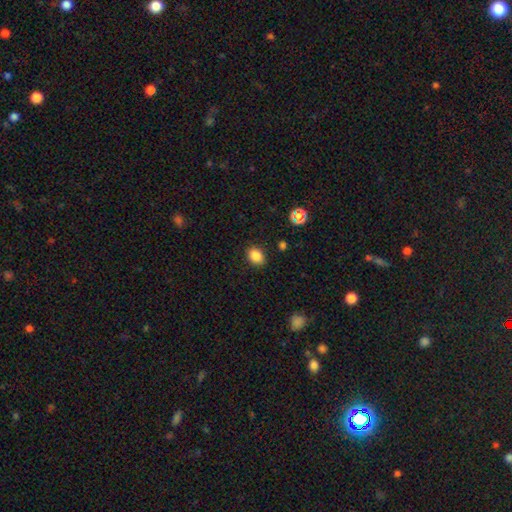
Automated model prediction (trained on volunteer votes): Morphology: type=smooth (85%); roundness=in between (62%); merging=none (87%).